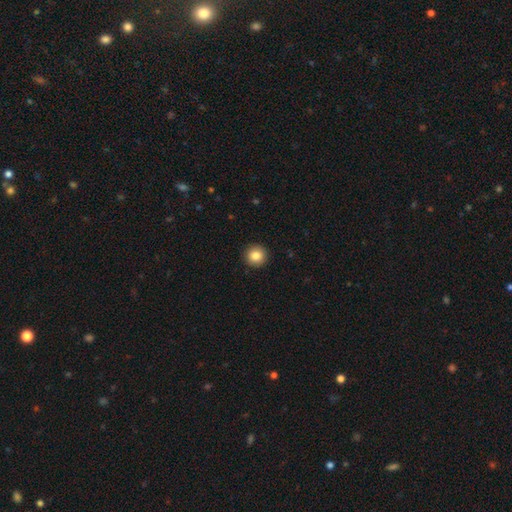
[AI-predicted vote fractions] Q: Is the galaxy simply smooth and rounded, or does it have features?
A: smooth — 85%.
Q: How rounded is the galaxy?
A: round — 95%.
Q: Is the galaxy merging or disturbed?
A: none — 93%.